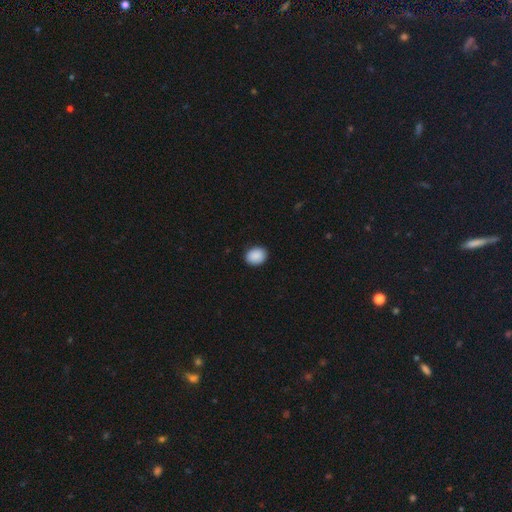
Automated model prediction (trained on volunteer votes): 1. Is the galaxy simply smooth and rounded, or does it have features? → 90% smooth, 7% star or artifact, 3% featured or disk.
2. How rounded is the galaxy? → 53% in between, 46% round, 1% cigar-shaped.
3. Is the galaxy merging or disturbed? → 90% none, 7% minor disturbance, 2% major disturbance, 1% merger.